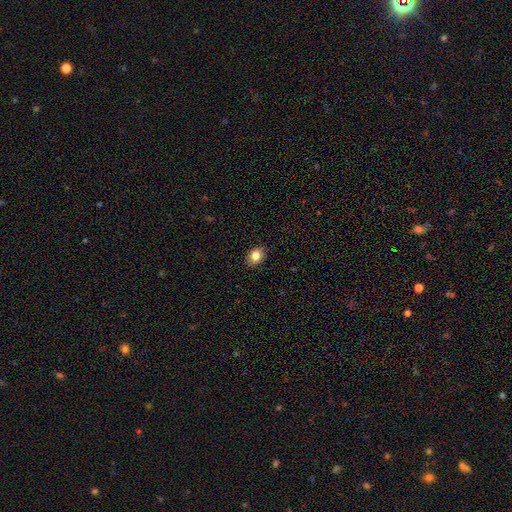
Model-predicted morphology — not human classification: Smooth or featured? Predicted: smooth (p=0.83). How rounded? Predicted: in between (p=0.69). Merging? Predicted: none (p=0.88).